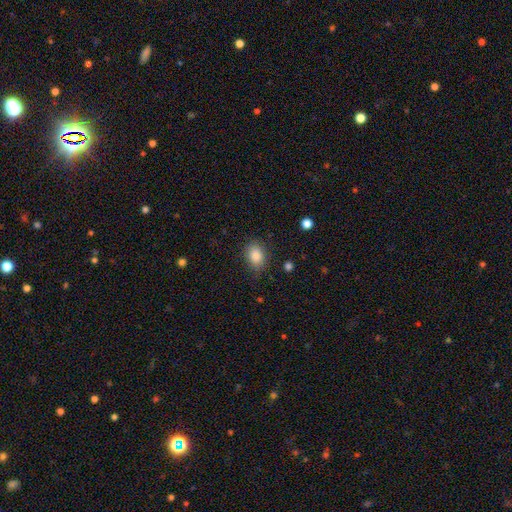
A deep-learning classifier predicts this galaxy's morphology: type=smooth (85%); roundness=in between (72%); merging=none (83%).